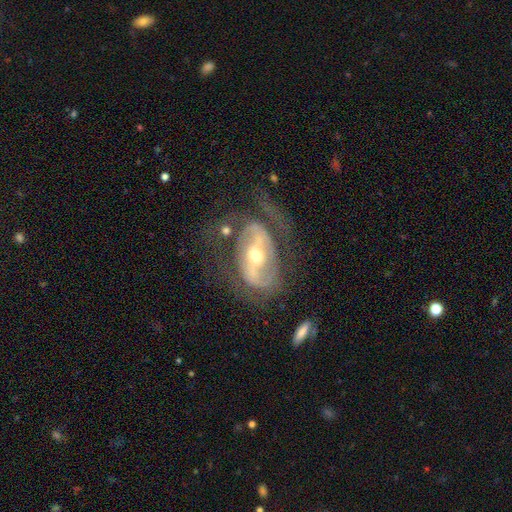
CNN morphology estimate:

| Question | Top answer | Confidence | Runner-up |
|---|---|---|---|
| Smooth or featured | featured or disk | 82% | smooth (12%) |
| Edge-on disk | no | 94% | yes (6%) |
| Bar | strong | 45% | weak (33%) |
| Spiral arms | yes | 74% | no (26%) |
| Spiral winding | medium | 43% | tight (30%) |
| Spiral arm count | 2 | 72% | can't tell (15%) |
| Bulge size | moderate | 61% | small (32%) |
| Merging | none | 53% | major disturbance (25%) |